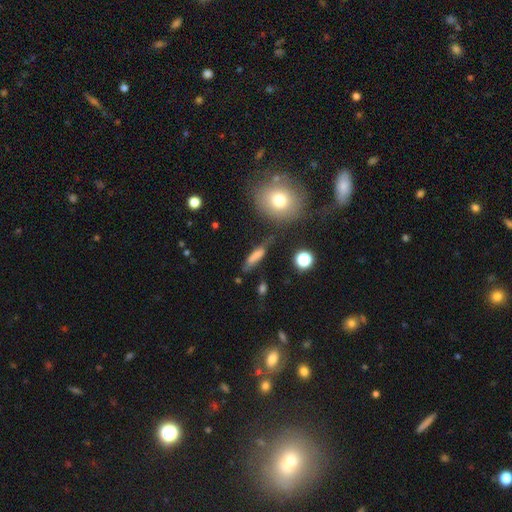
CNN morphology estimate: type=smooth (66%); roundness=cigar-shaped (69%); merging=none (60%).